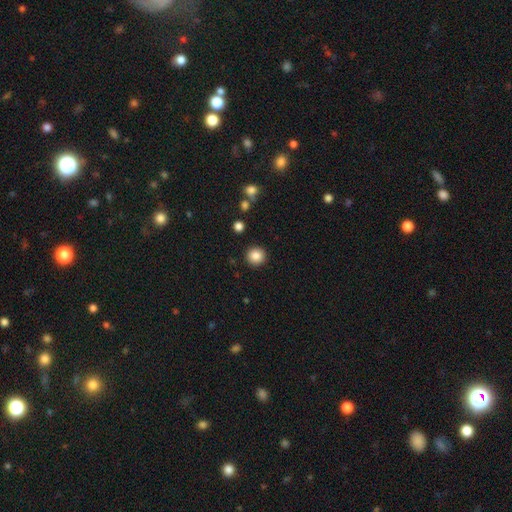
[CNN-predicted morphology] type=smooth (85%); roundness=round (94%); merging=none (92%).